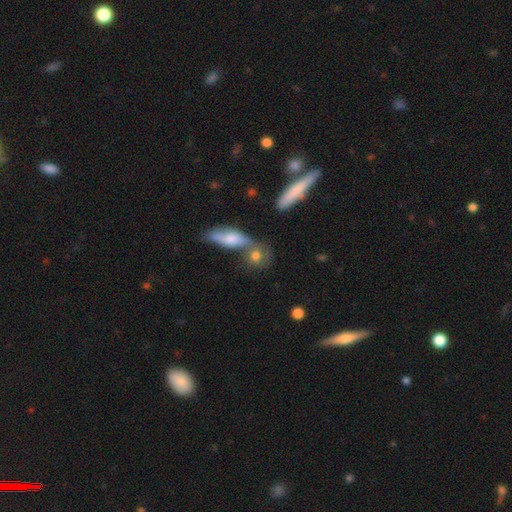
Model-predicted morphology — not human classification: Overall: smooth (71%). How rounded: round (56%; in between 34%). Merging: none (41%; merger 39%).